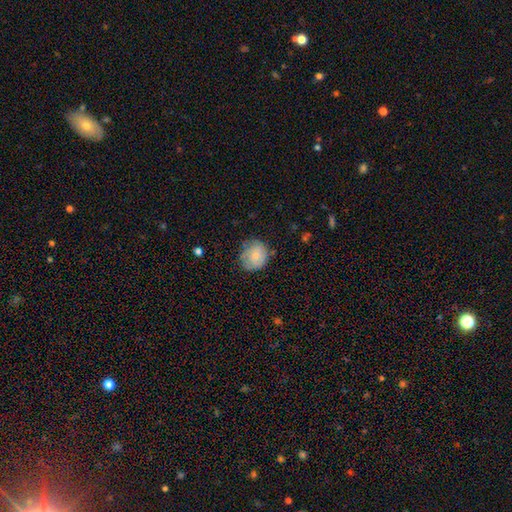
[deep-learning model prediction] A smooth galaxy with no disk features (62%) that is round (75%). Merging: none (68%).